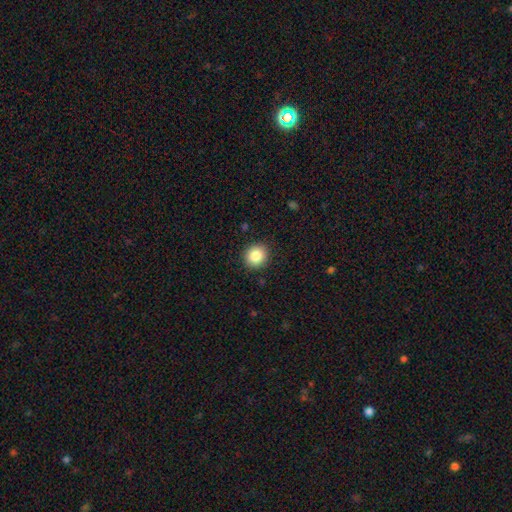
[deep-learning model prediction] Morphology: type=smooth (86%); roundness=round (83%); merging=none (90%).